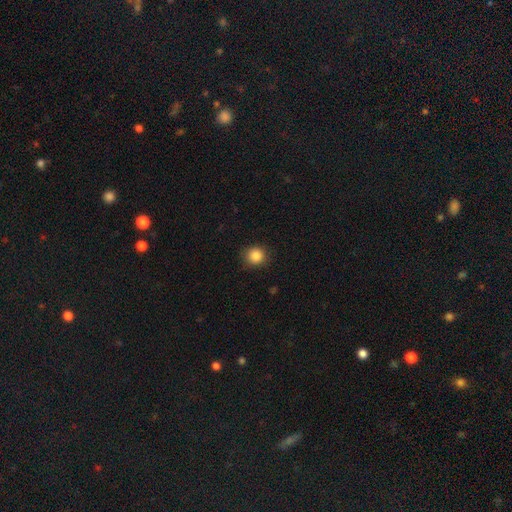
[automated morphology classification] A smooth galaxy with no disk features (86%) that is round (88%). Merging: none (87%).